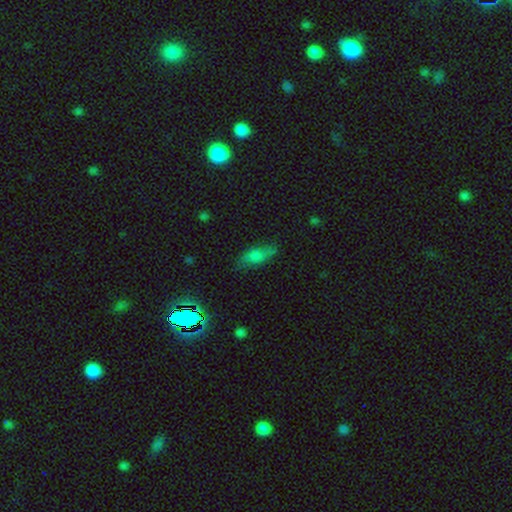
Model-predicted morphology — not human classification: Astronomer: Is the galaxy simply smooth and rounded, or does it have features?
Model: smooth — 68%.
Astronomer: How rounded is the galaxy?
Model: in between — 73%.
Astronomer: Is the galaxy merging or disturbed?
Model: none — 66%.